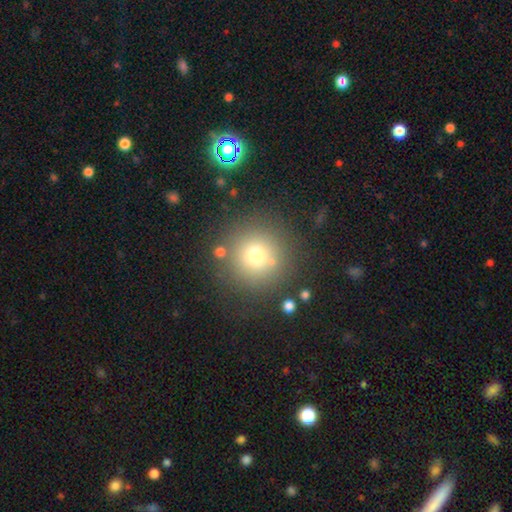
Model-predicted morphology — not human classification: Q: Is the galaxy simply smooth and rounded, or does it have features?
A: smooth — 70%.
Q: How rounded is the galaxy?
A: round — 95%.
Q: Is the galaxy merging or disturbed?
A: none — 82%.